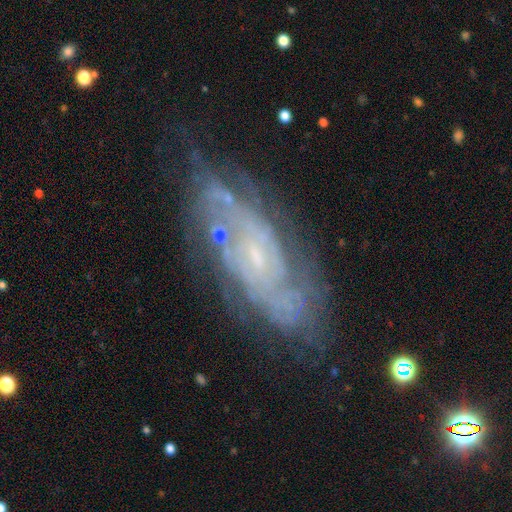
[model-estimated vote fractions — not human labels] smooth-or-featured: featured or disk: 82% | smooth: 10% | star or artifact: 8%
  disk-edge-on: no: 90% | yes: 10%
    bar: no: 64% | weak: 29% | strong: 7%
    has-spiral-arms: yes: 91% | no: 9%
      spiral-winding: tight: 58% | medium: 33% | loose: 9%
      spiral-arm-count: can't tell: 41% | 2: 30% | 3: 12% | 4: 8% | more than 4: 5% | 1: 5%
    bulge-size: small: 78% | moderate: 12% | none: 8% | large: 1% | dominant: 1%
  merging: none: 69% | minor disturbance: 20% | major disturbance: 7% | merger: 3%